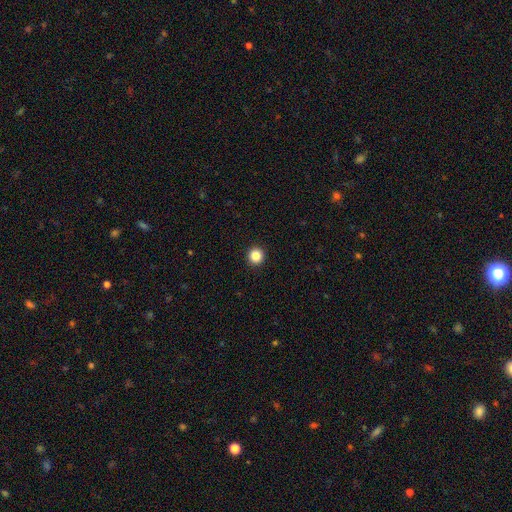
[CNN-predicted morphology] Q: Smooth or featured?
A: smooth (86%); runner-up: star or artifact (10%)
Q: How rounded?
A: round (96%); runner-up: in between (3%)
Q: Merging?
A: none (94%); runner-up: minor disturbance (4%)